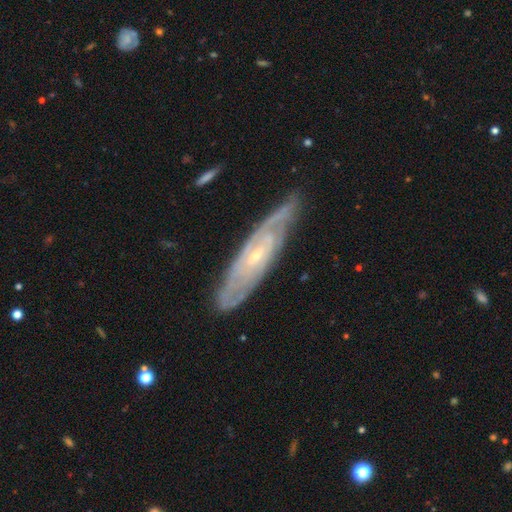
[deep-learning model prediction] This is clearly a featured or disk galaxy (83%). It is likely not viewed edge-on (74%). Bar: possibly no (60%). Spiral arm pattern: clearly yes (90%). Spiral arm count: possibly can't tell (49%). Spiral winding: likely tight (66%). Central bulge: likely small (77%). Merging: likely none (77%).